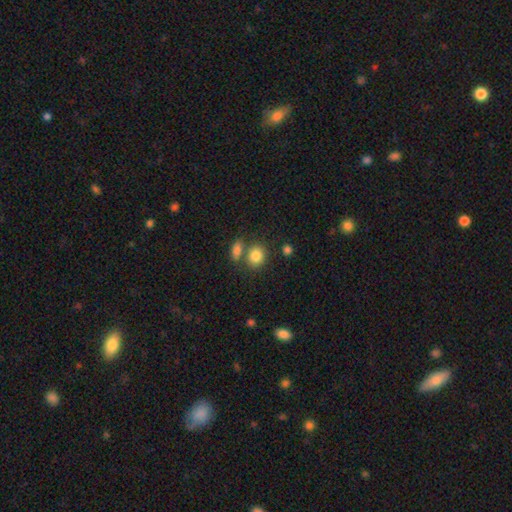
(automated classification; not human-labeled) Smooth or featured? Predicted: smooth (p=0.83). How rounded? Predicted: round (p=0.60). Merging? Predicted: none (p=0.60).